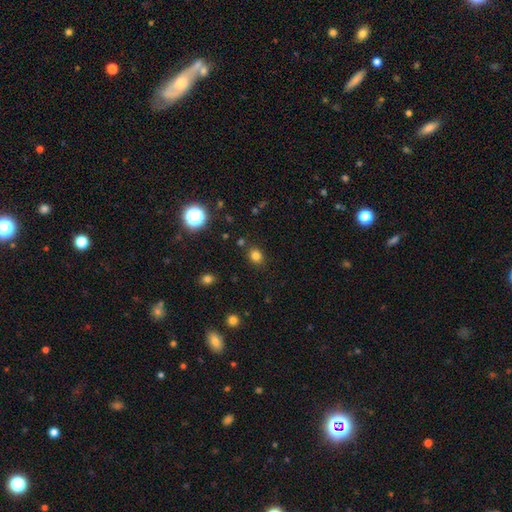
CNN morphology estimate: smooth_or_featured: smooth (p=0.79) [alt: star or artifact p=0.15]
how_rounded: round (p=0.63) [alt: in between p=0.36]
merging: none (p=0.84) [alt: minor disturbance p=0.10]